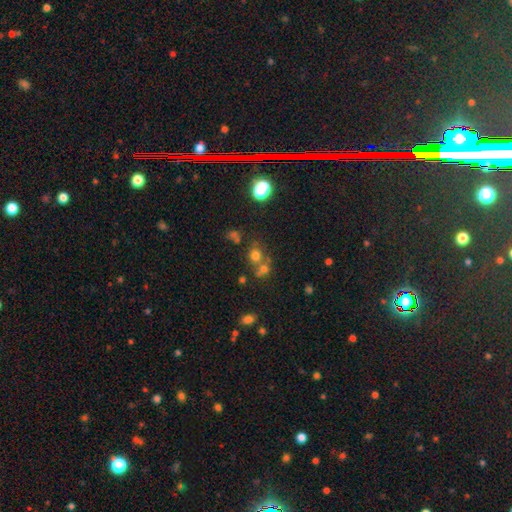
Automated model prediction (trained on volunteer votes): Smooth or featured? smooth (66%)
How rounded? round (80%)
Merging? none (50%)